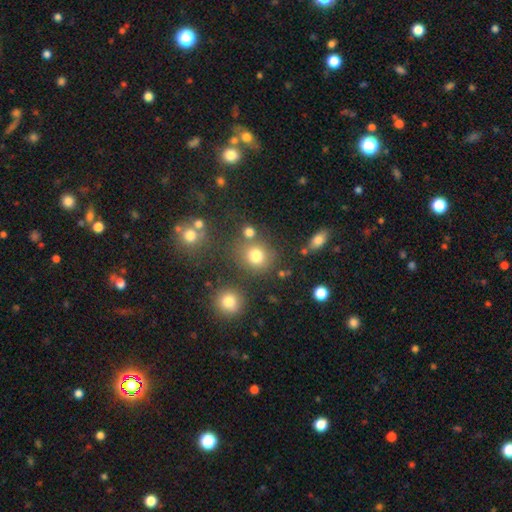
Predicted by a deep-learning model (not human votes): This appears to be a smooth galaxy with no disk features (76%) that is round (82%). Merging: none (72%).